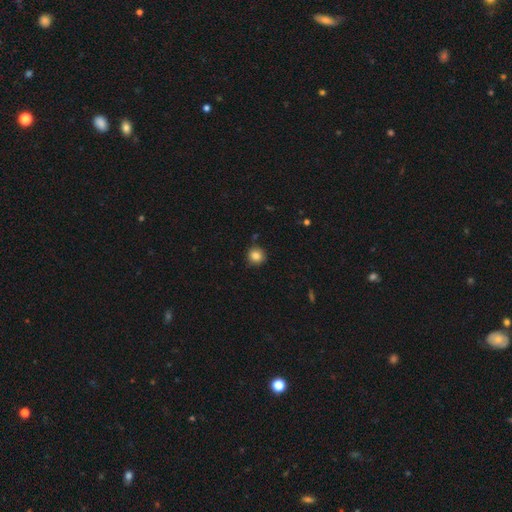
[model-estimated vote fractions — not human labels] Overall: smooth (84%). How rounded: round (93%). Merging: none (88%).